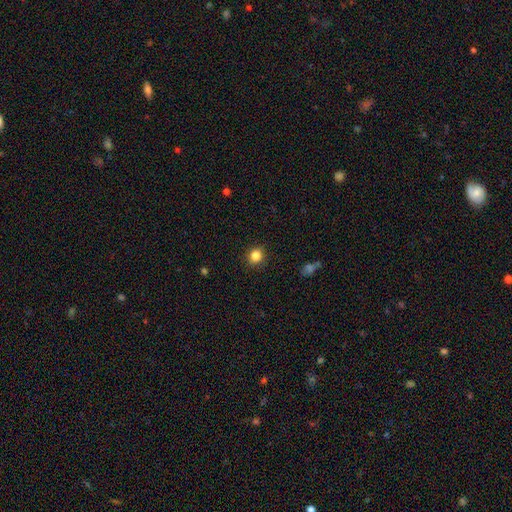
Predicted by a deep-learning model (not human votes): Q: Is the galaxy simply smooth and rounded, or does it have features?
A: smooth — 85%.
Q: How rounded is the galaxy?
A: round — 83%.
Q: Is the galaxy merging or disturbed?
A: none — 90%.